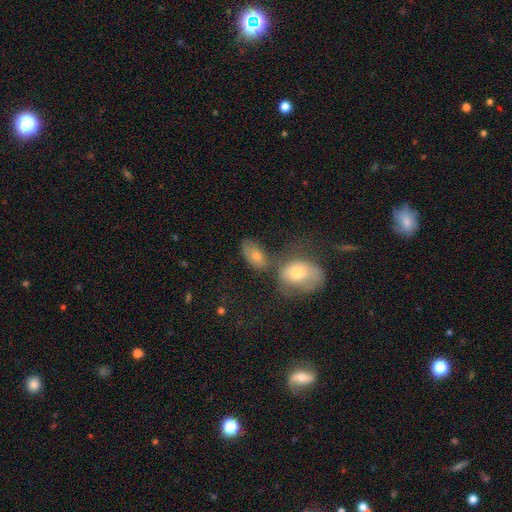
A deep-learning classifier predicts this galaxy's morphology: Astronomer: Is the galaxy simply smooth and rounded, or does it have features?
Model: smooth — 73%.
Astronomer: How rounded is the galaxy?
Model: in between — 89%.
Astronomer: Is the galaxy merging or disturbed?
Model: none — 41% (runner-up: merger, 32%).